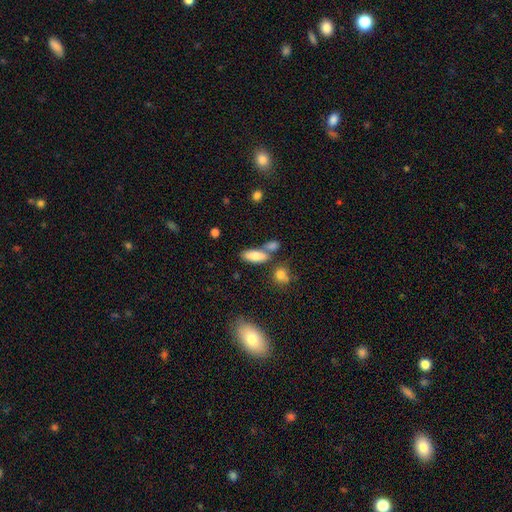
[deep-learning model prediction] Overall: smooth (78%). How rounded: in between (80%). Merging: none (58%; merger 23%).